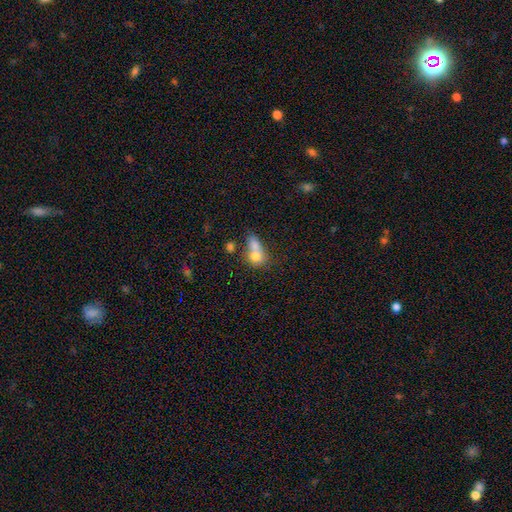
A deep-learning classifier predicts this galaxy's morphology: This appears to be a smooth galaxy with no disk features (72%) that is round (50%). Merging: merger (65%).